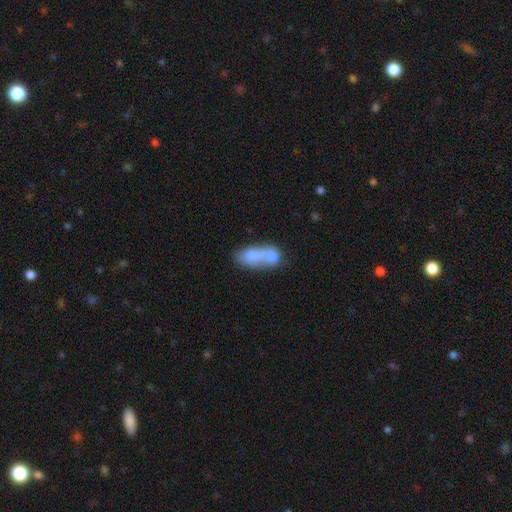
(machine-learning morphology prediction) Overall: smooth (65%; featured or disk 26%). How rounded: in between (78%). Merging: merger (50%; none 25%).